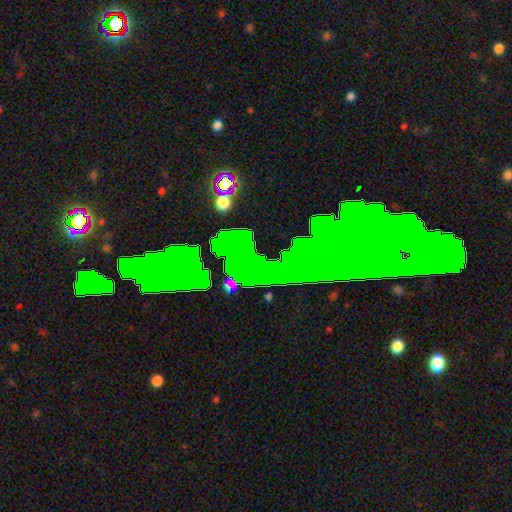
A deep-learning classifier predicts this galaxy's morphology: Overall: star or artifact (77%).